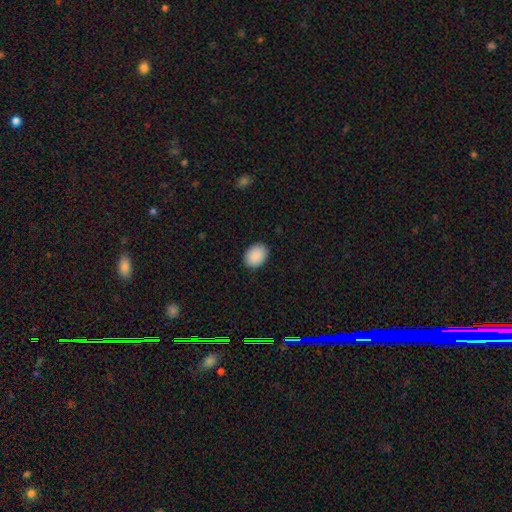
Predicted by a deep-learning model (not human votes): A smooth galaxy with no disk features (91%) that is in between round and cigar-shaped (68%). Merging: none (88%).